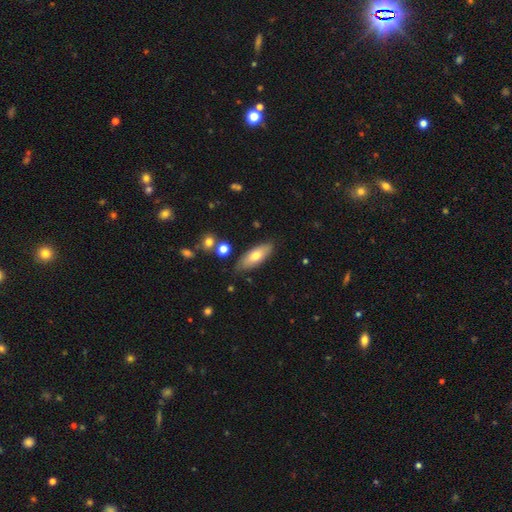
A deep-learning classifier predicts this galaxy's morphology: Smooth or featured?
  - smooth: 69% *
  - featured or disk: 25%
  - star or artifact: 6%
How rounded?
  - in between: 73% *
  - cigar-shaped: 25%
  - round: 2%
Merging?
  - none: 81% *
  - minor disturbance: 14%
  - merger: 3%
  - major disturbance: 3%